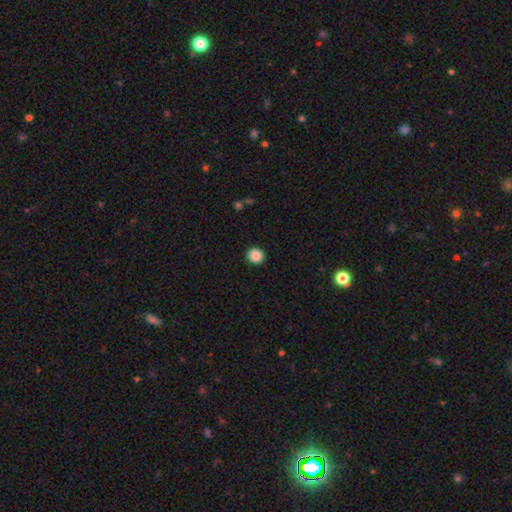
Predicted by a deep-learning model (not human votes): Overall: smooth (88%). How rounded: round (85%). Merging: none (92%).